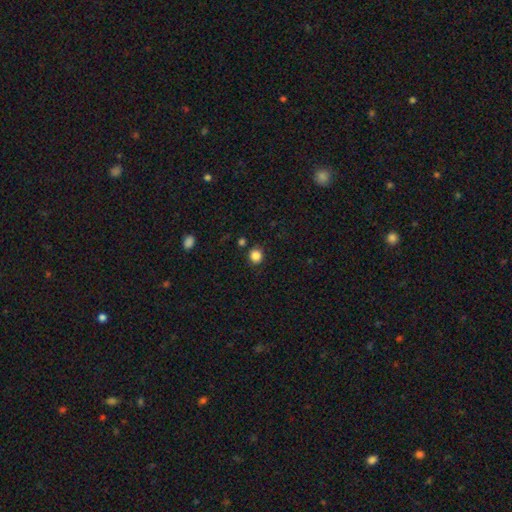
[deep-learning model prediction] This appears to be a smooth galaxy with no disk features (85%) that is round (89%). Merging: none (85%).